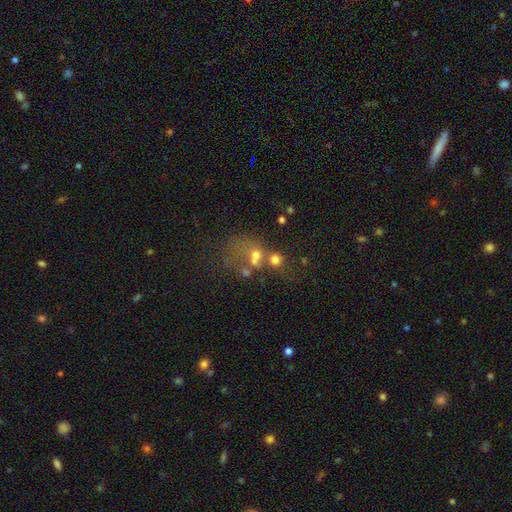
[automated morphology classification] smooth 49%, featured or disk 29%, star or artifact 22%. Down the decision tree: merging — merger (49%).